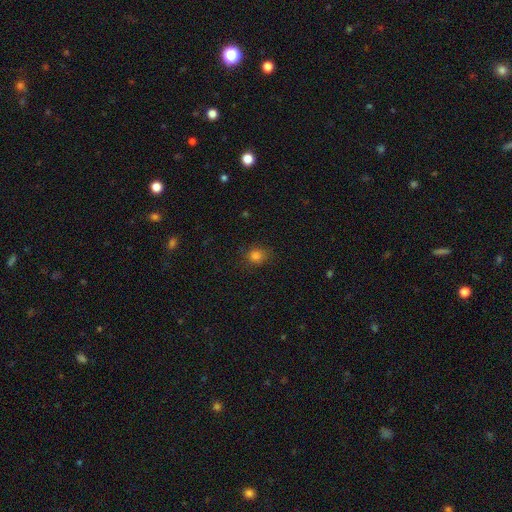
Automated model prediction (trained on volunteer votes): This is clearly a smooth galaxy (81%). How rounded: likely round (75%). Merging: clearly none (80%).